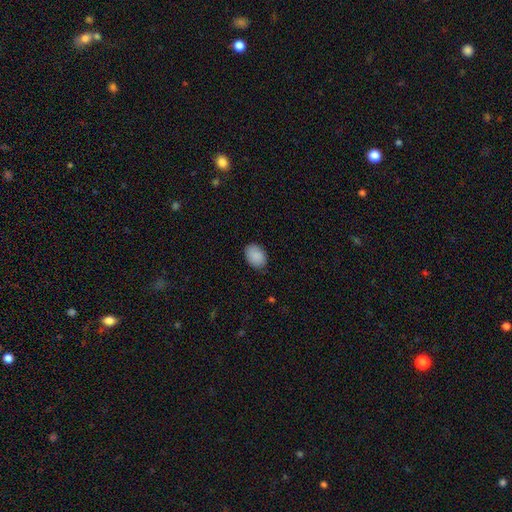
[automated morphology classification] smooth 90%, star or artifact 7%, featured or disk 4%. Down the decision tree: how rounded — in between (80%); merging — none (85%).